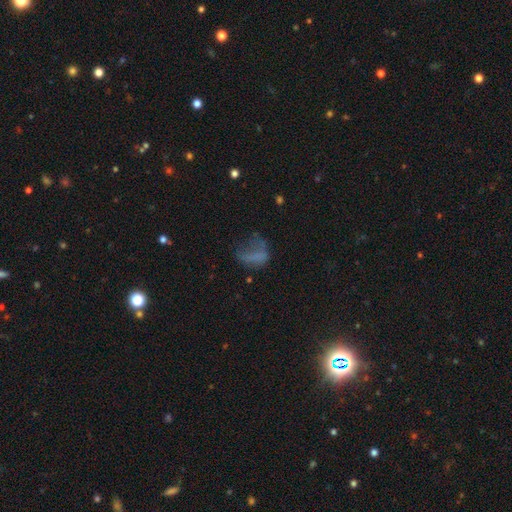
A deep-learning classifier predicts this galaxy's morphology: A smooth galaxy with no disk features (52%) that is in between round and cigar-shaped (66%).

Vote fractions:
- Smooth or featured? smooth: 52% / featured or disk: 29% / star or artifact: 19%
- How rounded? in between: 66% / round: 27% / cigar-shaped: 7%
- Merging? major disturbance: 47% / none: 29% / minor disturbance: 20% / merger: 5%